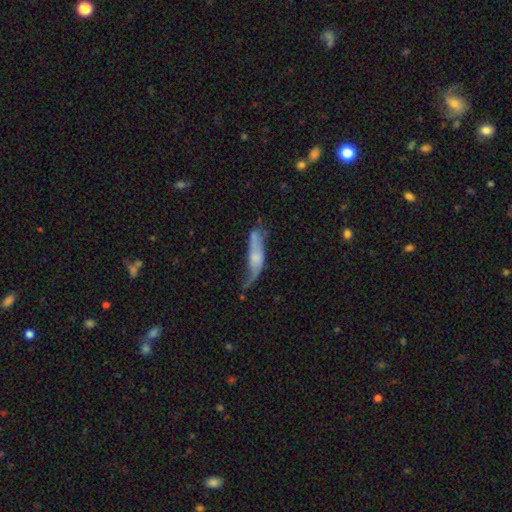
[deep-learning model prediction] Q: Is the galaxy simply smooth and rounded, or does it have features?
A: featured or disk — 49%.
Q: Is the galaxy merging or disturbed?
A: none — 32%.